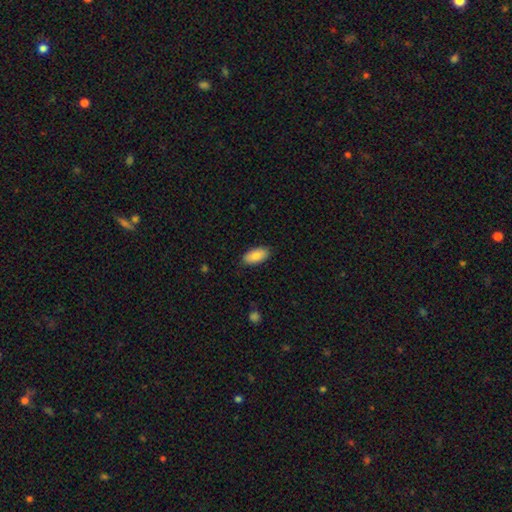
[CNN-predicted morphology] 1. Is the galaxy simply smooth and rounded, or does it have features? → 86% smooth, 8% featured or disk, 6% star or artifact.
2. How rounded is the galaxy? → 93% in between, 5% cigar-shaped, 2% round.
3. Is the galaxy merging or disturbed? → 88% none, 9% minor disturbance, 2% major disturbance, 1% merger.